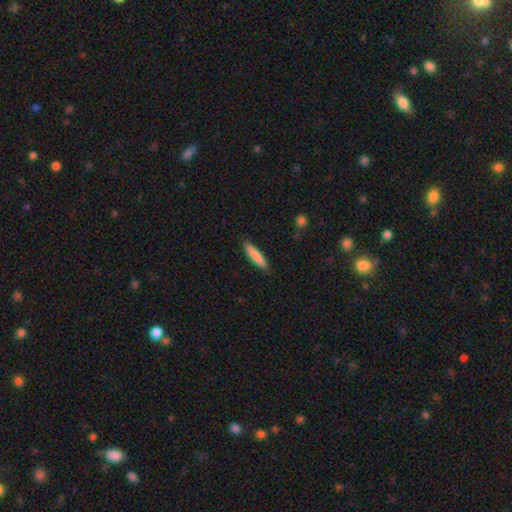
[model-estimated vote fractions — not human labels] Overall: smooth (85%). How rounded: cigar-shaped (84%). Merging: none (88%).